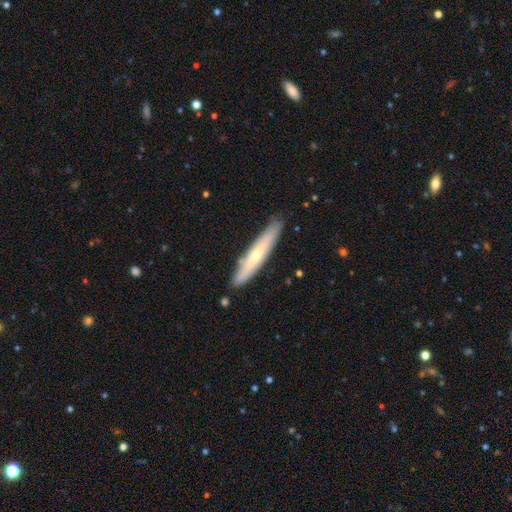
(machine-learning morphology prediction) Smooth or featured? featured or disk (48%)
Merging? none (86%)